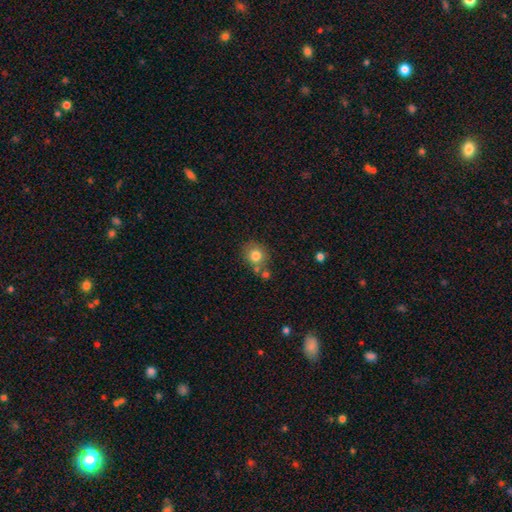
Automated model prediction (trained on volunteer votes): Overall: smooth (79%). How rounded: round (78%). Merging: none (64%).